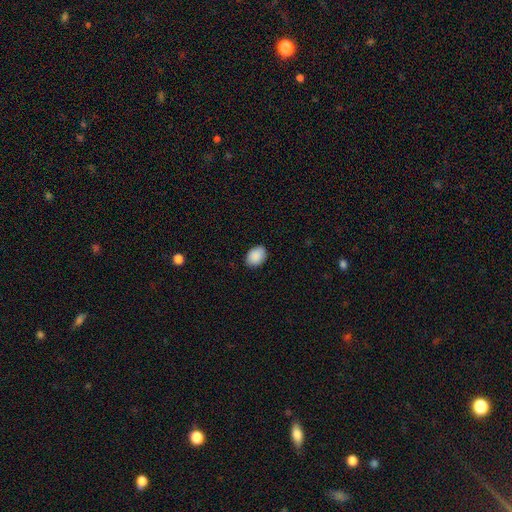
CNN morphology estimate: type=smooth (90%); roundness=in between (78%); merging=none (86%).